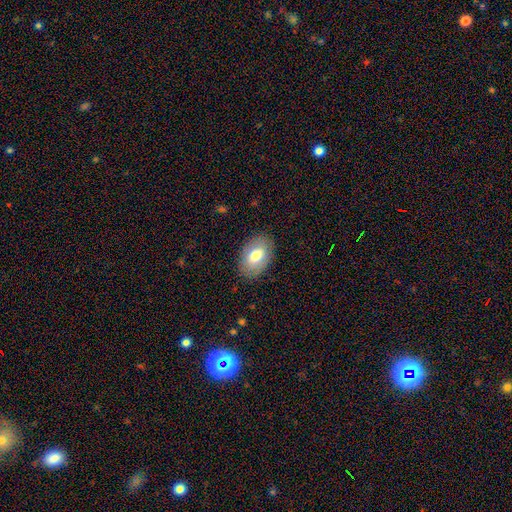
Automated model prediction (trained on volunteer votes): Smooth or featured? Predicted: smooth (p=0.72). How rounded? Predicted: in between (p=0.88). Merging? Predicted: none (p=0.86).